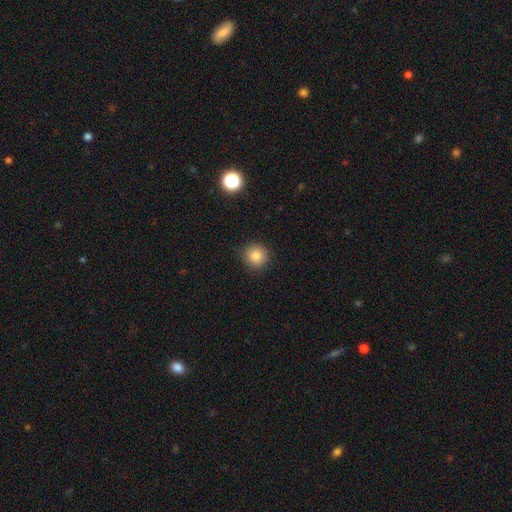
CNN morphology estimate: This is clearly a smooth galaxy (85%). How rounded: clearly round (93%). Merging: clearly none (91%).